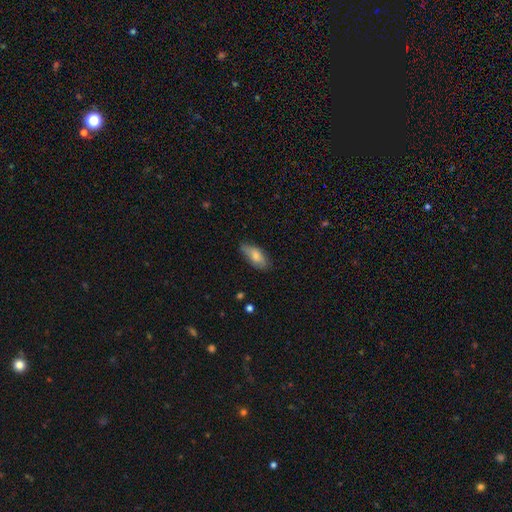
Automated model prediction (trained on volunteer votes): A smooth galaxy with no disk features (75%) that is in between round and cigar-shaped (85%). Merging: none (69%).